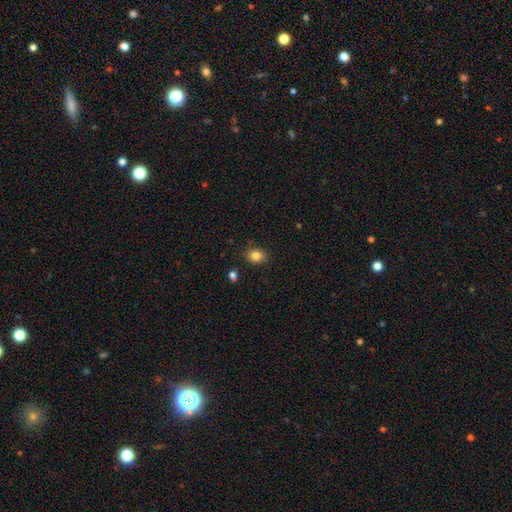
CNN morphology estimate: Q: Smooth or featured?
A: smooth (84%); runner-up: star or artifact (10%)
Q: How rounded?
A: in between (52%); runner-up: round (47%)
Q: Merging?
A: none (86%); runner-up: minor disturbance (9%)